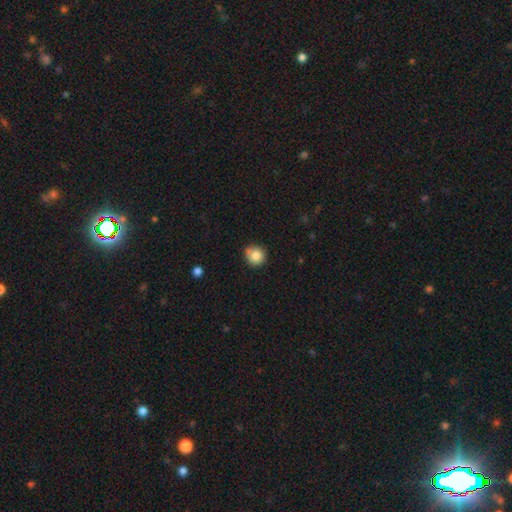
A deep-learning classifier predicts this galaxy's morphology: This appears to be a smooth galaxy with no disk features (81%) that is round (89%). Merging: none (70%).